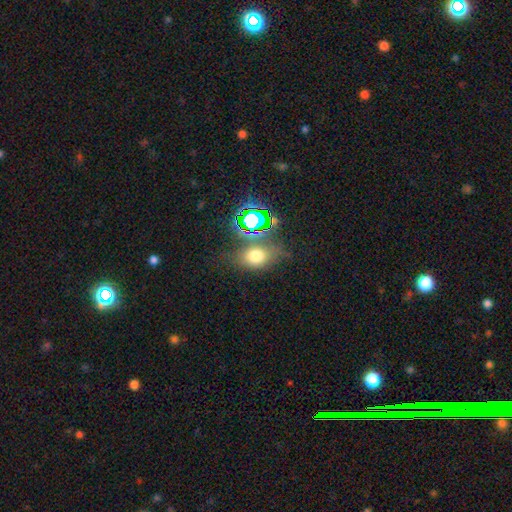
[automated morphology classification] The model was most divided on "smooth or featured": smooth: 61%, star or artifact: 26%, featured or disk: 13%. More confident: how rounded — in between (68%); merging — none (67%).